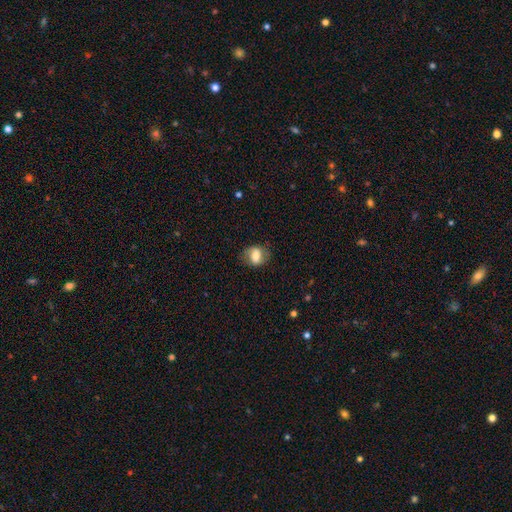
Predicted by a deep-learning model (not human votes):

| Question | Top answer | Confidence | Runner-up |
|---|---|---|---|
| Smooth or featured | smooth | 64% | featured or disk (28%) |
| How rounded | in between | 63% | round (35%) |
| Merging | none | 72% | minor disturbance (19%) |